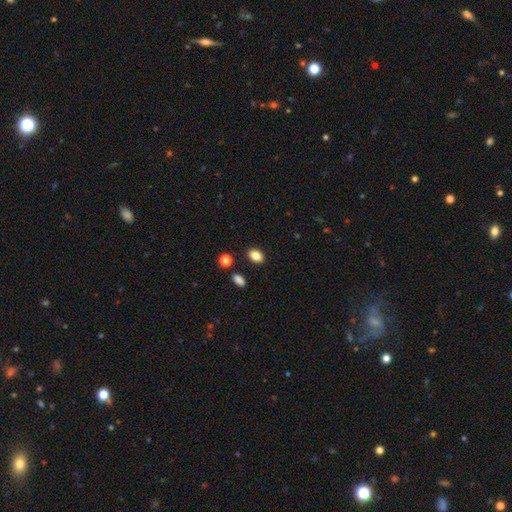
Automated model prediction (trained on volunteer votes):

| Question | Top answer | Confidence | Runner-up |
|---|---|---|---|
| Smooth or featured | smooth | 83% | star or artifact (10%) |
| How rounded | in between | 77% | round (22%) |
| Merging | none | 86% | minor disturbance (8%) |